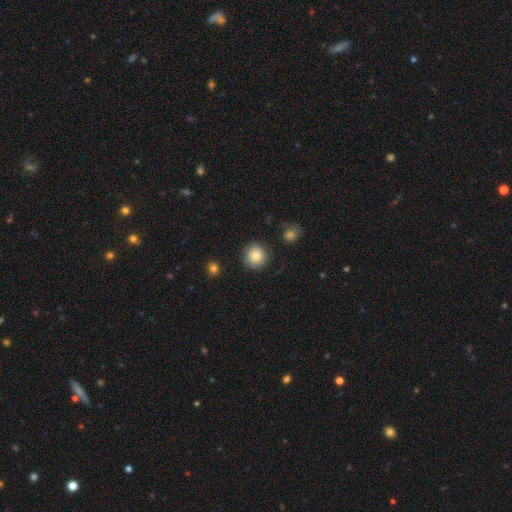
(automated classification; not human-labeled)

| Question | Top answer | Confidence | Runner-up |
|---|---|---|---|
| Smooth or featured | smooth | 86% | star or artifact (9%) |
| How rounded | round | 94% | in between (5%) |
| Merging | none | 87% | minor disturbance (9%) |